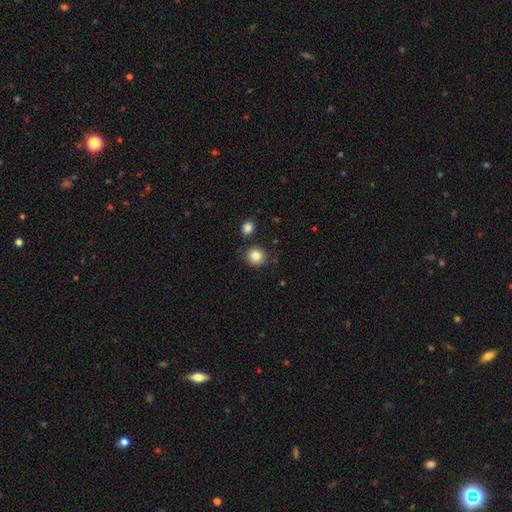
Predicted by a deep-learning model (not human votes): A smooth galaxy with no disk features (85%) that is round (88%).

Vote fractions:
- Smooth or featured? smooth: 85% / star or artifact: 9% / featured or disk: 6%
- How rounded? round: 88% / in between: 12% / cigar-shaped: 1%
- Merging? none: 85% / minor disturbance: 8% / merger: 5% / major disturbance: 2%